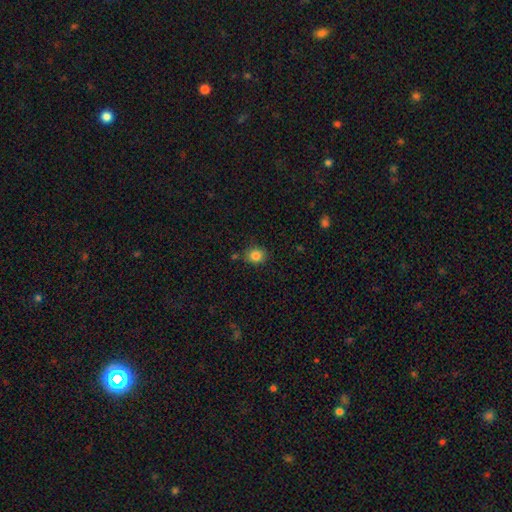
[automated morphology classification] Smooth or featured?
  - smooth: 84% *
  - star or artifact: 11%
  - featured or disk: 5%
How rounded?
  - round: 74% *
  - in between: 25%
  - cigar-shaped: 1%
Merging?
  - none: 81% *
  - minor disturbance: 12%
  - merger: 4%
  - major disturbance: 3%